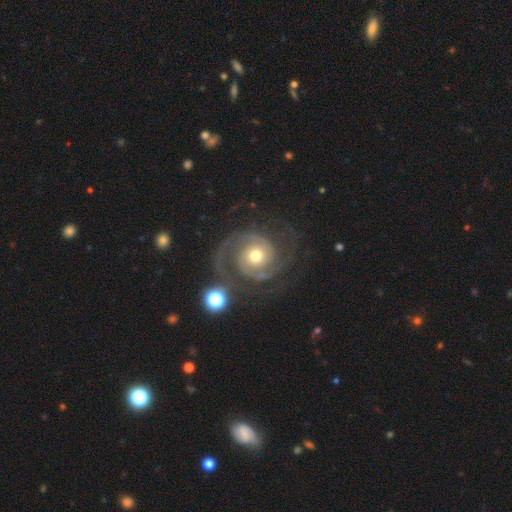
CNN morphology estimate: This is clearly a featured or disk galaxy (90%). It is clearly not viewed edge-on (98%). Bar: likely no (76%). Spiral arm pattern: clearly yes (98%). Spiral arm count: clearly 2 (80%). Spiral winding: possibly tight (46%). Central bulge: likely moderate (68%). Merging: likely none (71%).